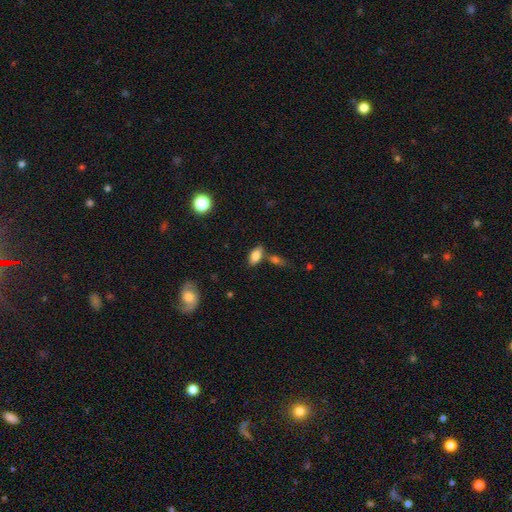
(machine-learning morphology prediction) Overall: smooth (82%). How rounded: in between (91%). Merging: none (70%).